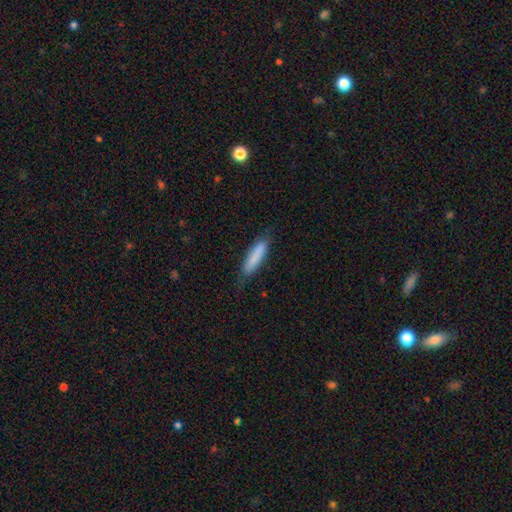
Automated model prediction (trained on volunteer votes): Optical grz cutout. It shows a smooth galaxy with no disk features (82%) that is cigar-shaped (81%). Merging: none (76%).